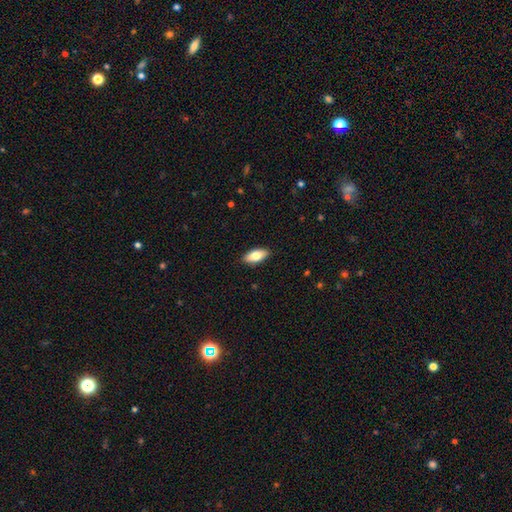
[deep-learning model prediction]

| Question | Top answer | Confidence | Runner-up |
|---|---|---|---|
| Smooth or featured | smooth | 78% | featured or disk (15%) |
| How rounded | in between | 88% | cigar-shaped (10%) |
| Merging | none | 90% | minor disturbance (8%) |